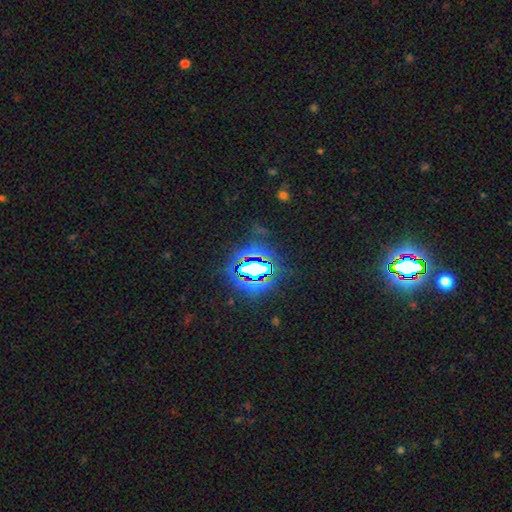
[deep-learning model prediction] Morphology: type=star or artifact (81%).